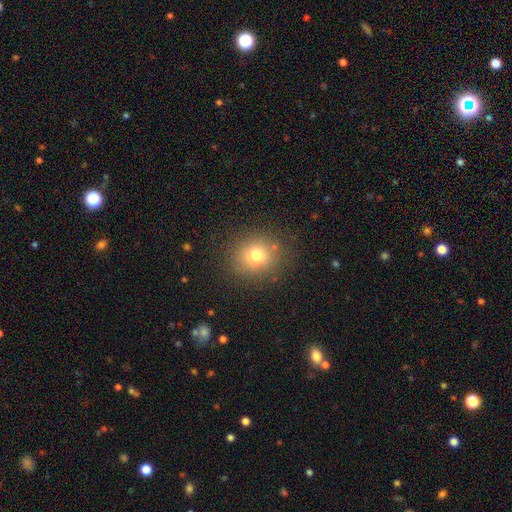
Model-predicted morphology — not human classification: Smooth or featured? Predicted: smooth (p=0.71). How rounded? Predicted: round (p=0.84). Merging? Predicted: none (p=0.82).